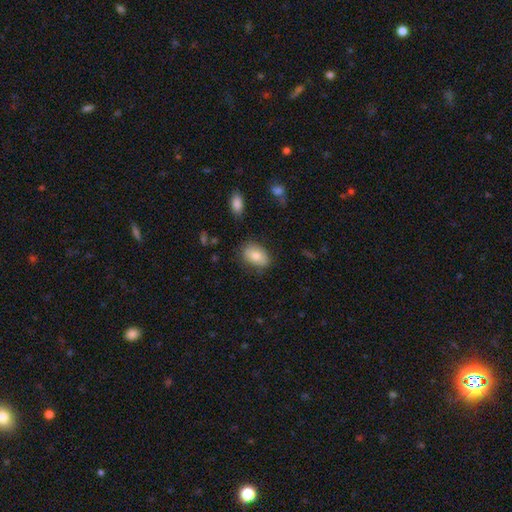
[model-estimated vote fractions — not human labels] Smooth or featured? smooth (78%)
How rounded? in between (85%)
Merging? none (77%)